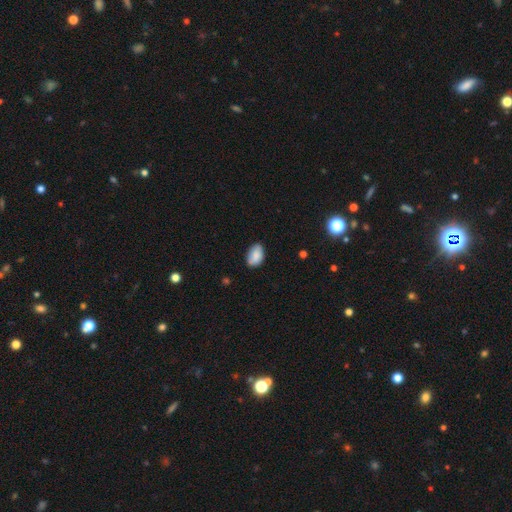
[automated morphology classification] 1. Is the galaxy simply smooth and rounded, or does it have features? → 85% smooth, 8% featured or disk, 7% star or artifact.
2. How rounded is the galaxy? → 89% in between, 10% round, 1% cigar-shaped.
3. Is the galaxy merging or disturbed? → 76% none, 20% minor disturbance, 3% major disturbance, 1% merger.